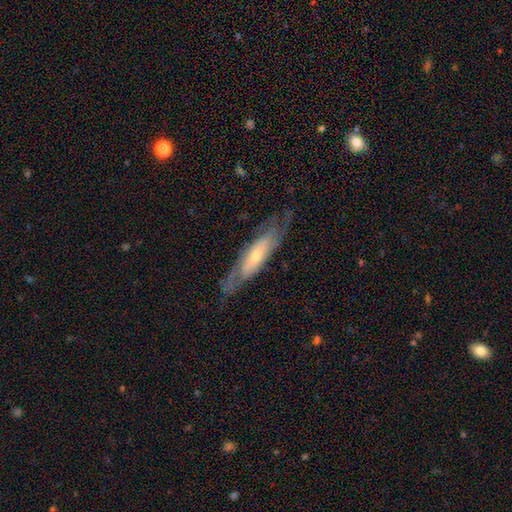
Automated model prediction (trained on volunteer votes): Morphology: type=featured or disk (70%); edge-on=no (63%); merging=none (71%).